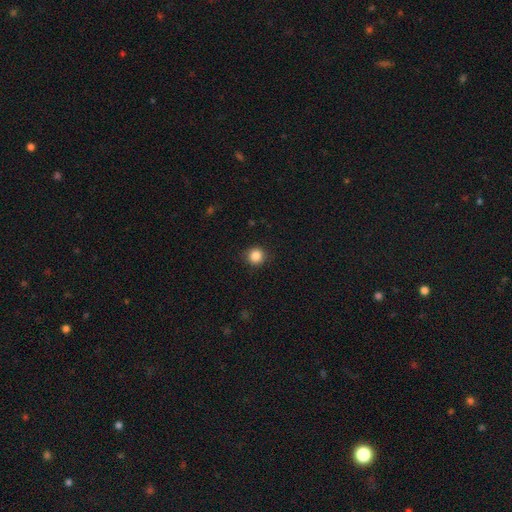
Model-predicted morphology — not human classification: smooth-or-featured: smooth: 86% | star or artifact: 10% | featured or disk: 3%
  how-rounded: round: 92% | in between: 7% | cigar-shaped: 1%
  merging: none: 89% | minor disturbance: 7% | major disturbance: 2% | merger: 1%